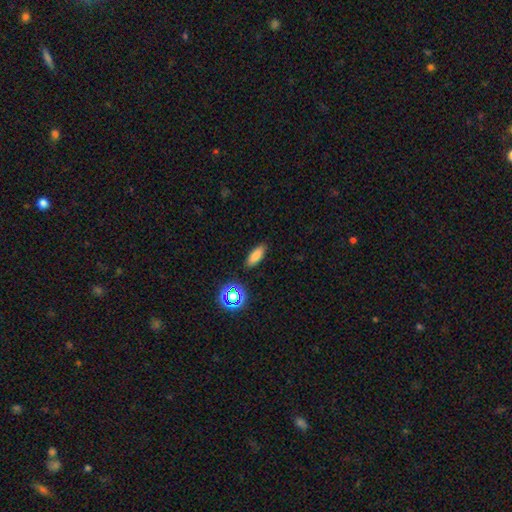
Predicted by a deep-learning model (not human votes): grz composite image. It shows a smooth galaxy with no disk features (78%) that is in between round and cigar-shaped (71%). Merging: none (86%).